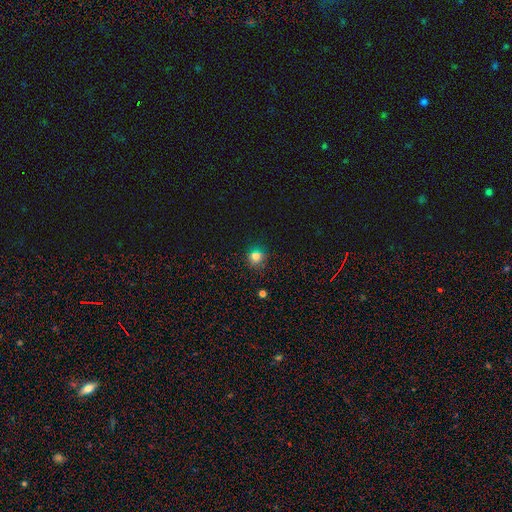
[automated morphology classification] A smooth galaxy with no disk features (71%) that is round (87%).

Vote fractions:
- Smooth or featured? smooth: 71% / star or artifact: 22% / featured or disk: 6%
- How rounded? round: 87% / in between: 12% / cigar-shaped: 1%
- Merging? none: 86% / minor disturbance: 9% / major disturbance: 3% / merger: 2%